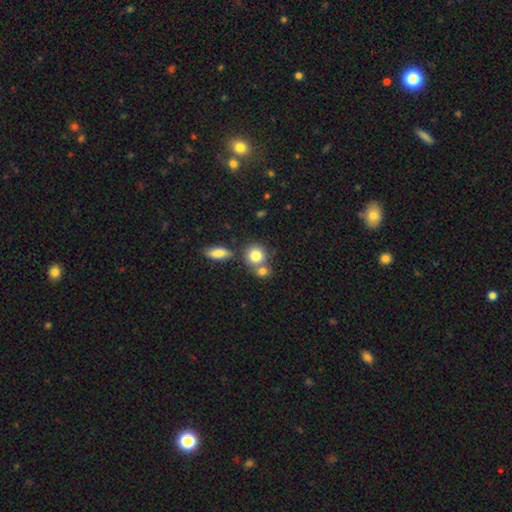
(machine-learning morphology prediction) This appears to be a smooth galaxy with no disk features (82%) that is round (81%). Merging: none (52%).